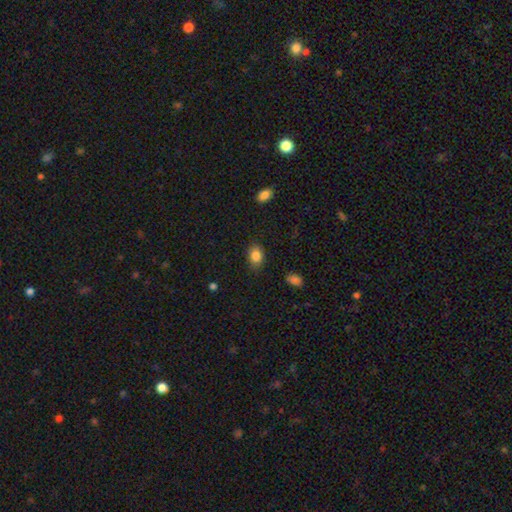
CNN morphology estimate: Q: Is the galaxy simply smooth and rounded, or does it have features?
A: smooth — 84%.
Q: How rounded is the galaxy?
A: in between — 76%.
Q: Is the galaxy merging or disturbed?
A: none — 83%.